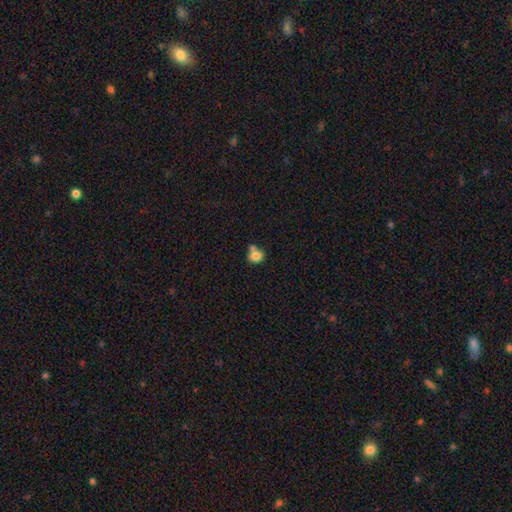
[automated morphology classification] type=smooth (80%); roundness=round (76%); merging=none (49%).